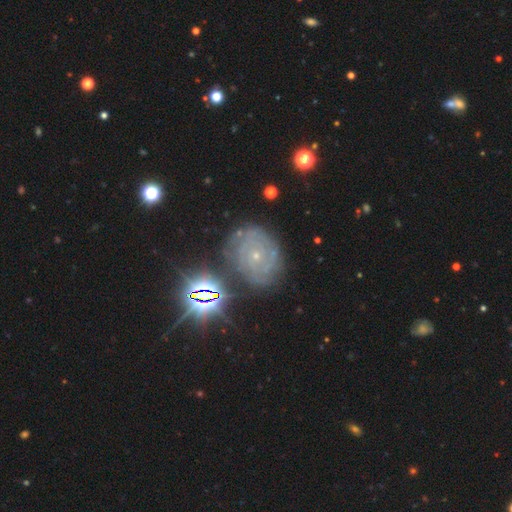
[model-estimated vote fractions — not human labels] A featured or disk galaxy (72%) with no bar (77%), tight (79%) spiral arms (95%) and a small central bulge (83%).

Vote fractions:
- Smooth or featured? featured or disk: 72% / star or artifact: 18% / smooth: 10%
- Edge-on disk? no: 96% / yes: 4%
- Bar? no: 77% / weak: 17% / strong: 6%
- Spiral arms? yes: 95% / no: 5%
- Spiral winding? tight: 79% / medium: 17% / loose: 4%
- Spiral arm count? can't tell: 33% / 3: 19% / 2: 16% / 4: 14% / more than 4: 10% / 1: 7%
- Bulge size? small: 83% / moderate: 13% / none: 1% / large: 1% / dominant: 1%
- Merging? none: 77% / minor disturbance: 15% / major disturbance: 5% / merger: 3%